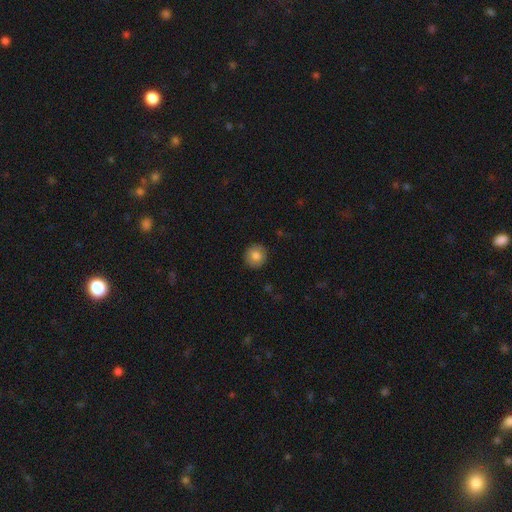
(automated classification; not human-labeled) Smooth or featured?
  - smooth: 80% *
  - featured or disk: 12%
  - star or artifact: 8%
How rounded?
  - round: 93% *
  - in between: 6%
  - cigar-shaped: 1%
Merging?
  - none: 90% *
  - minor disturbance: 7%
  - major disturbance: 2%
  - merger: 1%